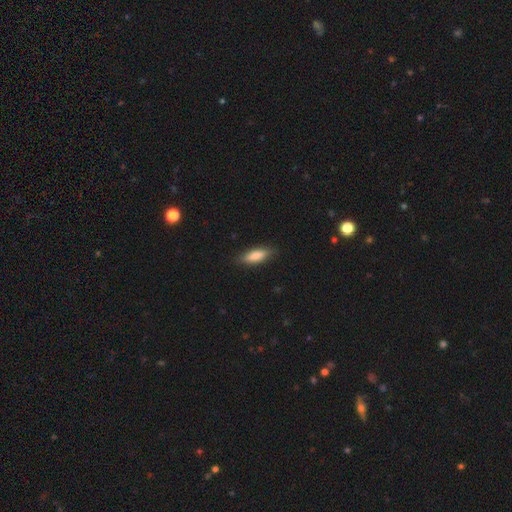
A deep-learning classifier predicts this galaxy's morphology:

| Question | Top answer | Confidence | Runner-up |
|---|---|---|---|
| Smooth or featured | smooth | 81% | featured or disk (13%) |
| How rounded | in between | 57% | cigar-shaped (41%) |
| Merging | none | 84% | minor disturbance (13%) |